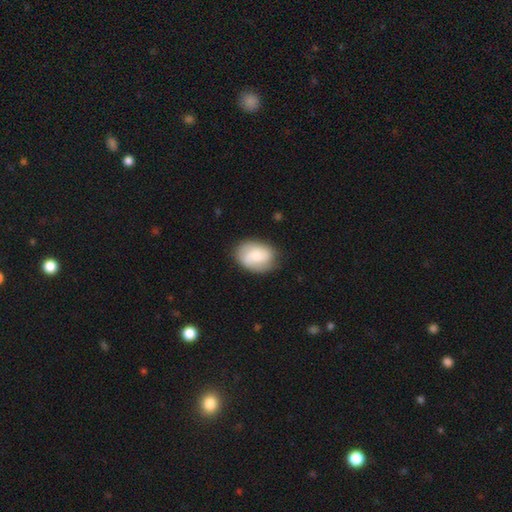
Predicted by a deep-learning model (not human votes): A featured or disk galaxy (47%).

Vote fractions:
- Smooth or featured? featured or disk: 47% / smooth: 46% / star or artifact: 7%
- Merging? none: 78% / minor disturbance: 16% / major disturbance: 5% / merger: 1%